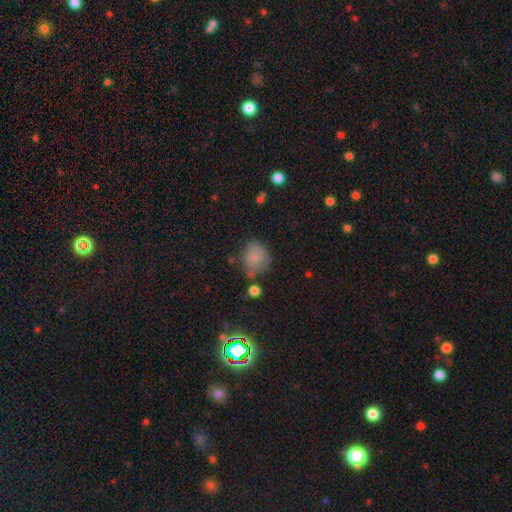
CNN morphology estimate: Q: Smooth or featured?
A: smooth (77%); runner-up: star or artifact (12%)
Q: How rounded?
A: round (56%); runner-up: in between (43%)
Q: Merging?
A: none (53%); runner-up: minor disturbance (28%)